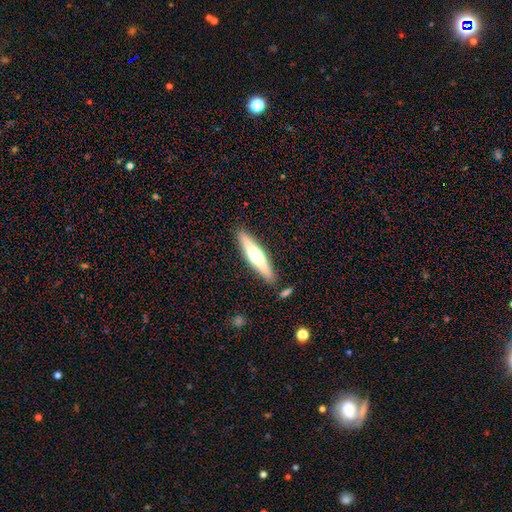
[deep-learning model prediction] Q: Smooth or featured?
A: featured or disk (54%); runner-up: smooth (41%)
Q: Edge-on disk?
A: yes (95%); runner-up: no (5%)
Q: Edge-on bulge?
A: rounded (89%); runner-up: none (6%)
Q: Merging?
A: none (87%); runner-up: minor disturbance (8%)